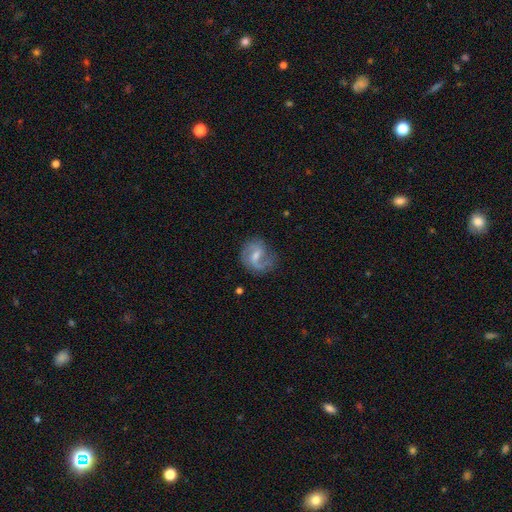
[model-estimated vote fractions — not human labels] This is likely a featured or disk galaxy (78%). It is clearly not viewed edge-on (97%). Bar: possibly weak (58%). Spiral arm pattern: clearly yes (92%). Spiral arm count: likely 2 (74%). Spiral winding: marginally medium (45%). Central bulge: possibly small (45%). Merging: likely none (69%).